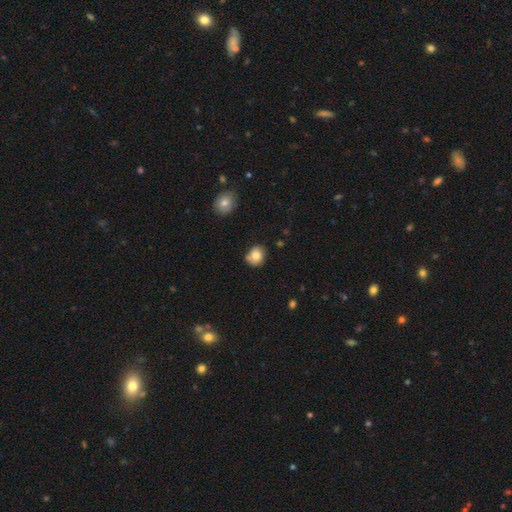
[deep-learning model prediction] smooth_or_featured: smooth (p=0.78) [alt: featured or disk p=0.13]
how_rounded: round (p=0.69) [alt: in between p=0.30]
merging: none (p=0.66) [alt: minor disturbance p=0.22]